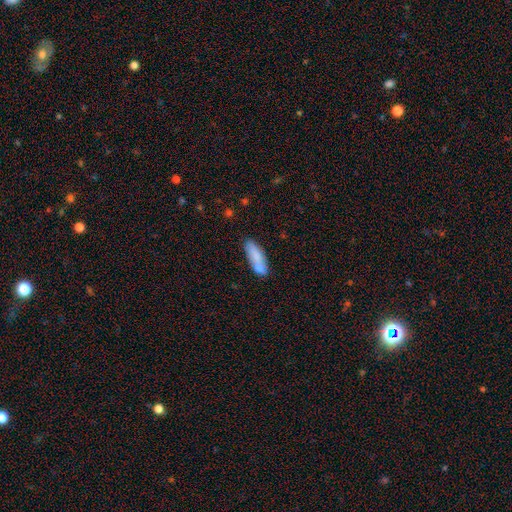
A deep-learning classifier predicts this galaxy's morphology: Smooth or featured?
  - smooth: 76% *
  - featured or disk: 17%
  - star or artifact: 7%
How rounded?
  - in between: 59% *
  - cigar-shaped: 39%
  - round: 2%
Merging?
  - none: 56% *
  - merger: 19%
  - minor disturbance: 19%
  - major disturbance: 6%